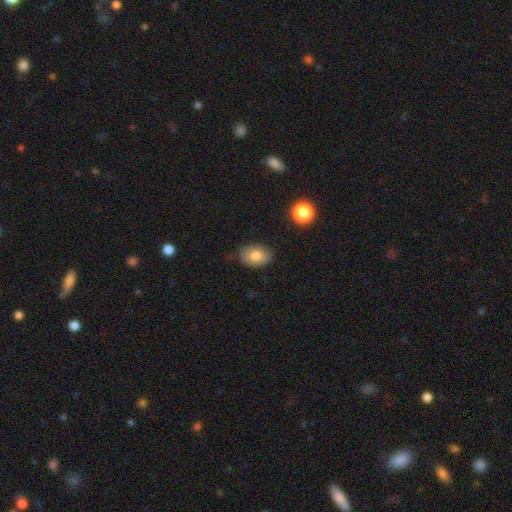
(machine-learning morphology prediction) Q: Smooth or featured?
A: smooth (82%); runner-up: featured or disk (10%)
Q: How rounded?
A: in between (82%); runner-up: round (17%)
Q: Merging?
A: none (77%); runner-up: minor disturbance (18%)